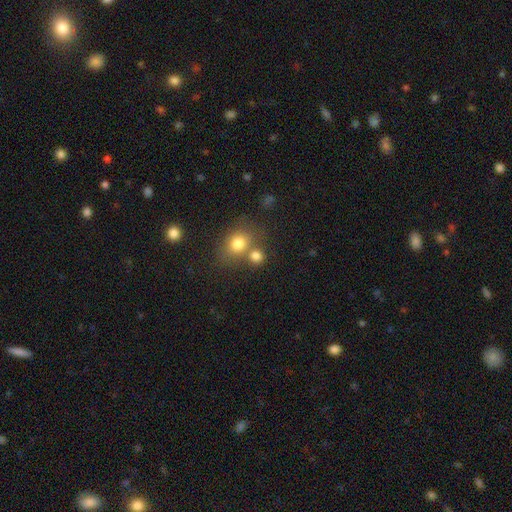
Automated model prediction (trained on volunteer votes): Smooth or featured?
  - smooth: 78% *
  - star or artifact: 13%
  - featured or disk: 9%
How rounded?
  - round: 76% *
  - in between: 23%
  - cigar-shaped: 1%
Merging?
  - none: 54% *
  - merger: 33%
  - minor disturbance: 9%
  - major disturbance: 4%